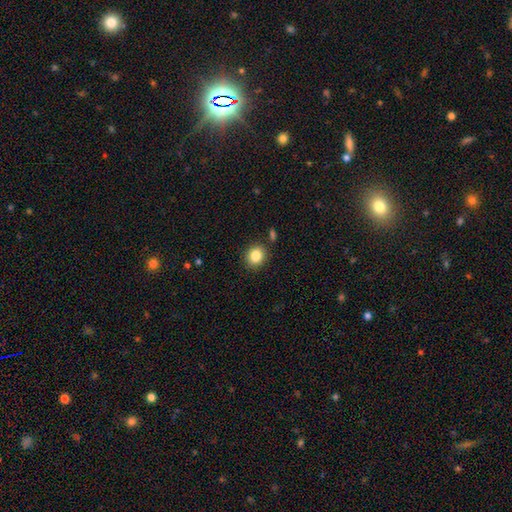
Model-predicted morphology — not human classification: smooth-or-featured: smooth: 85% | star or artifact: 10% | featured or disk: 5%
  how-rounded: round: 75% | in between: 24% | cigar-shaped: 1%
  merging: none: 86% | minor disturbance: 8% | merger: 3% | major disturbance: 2%